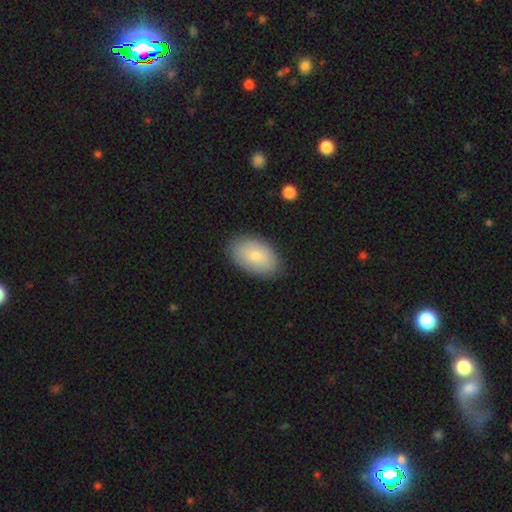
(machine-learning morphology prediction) The model was most divided on "smooth or featured": smooth: 77%, featured or disk: 17%, star or artifact: 6%. More confident: how rounded — in between (92%); merging — none (86%).